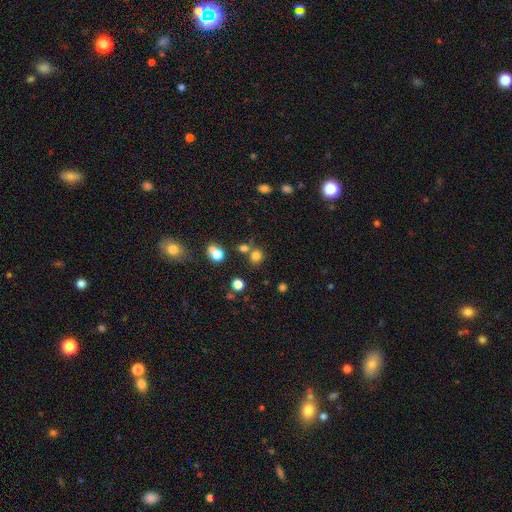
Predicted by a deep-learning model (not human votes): smooth_or_featured: smooth (p=0.76) [alt: star or artifact p=0.17]
how_rounded: round (p=0.81) [alt: in between p=0.18]
merging: none (p=0.67) [alt: merger p=0.20]